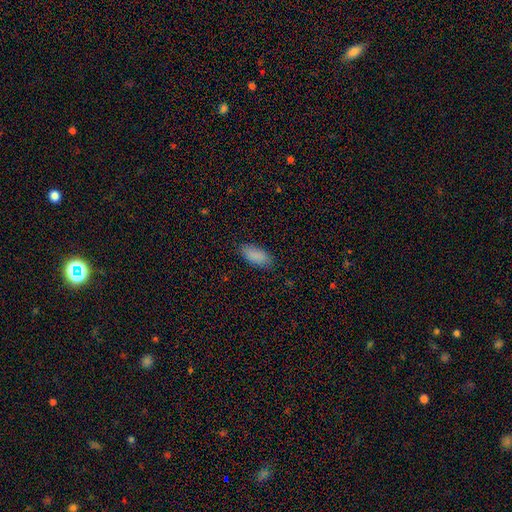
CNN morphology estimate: Overall: smooth (87%). How rounded: in between (90%). Merging: none (84%).